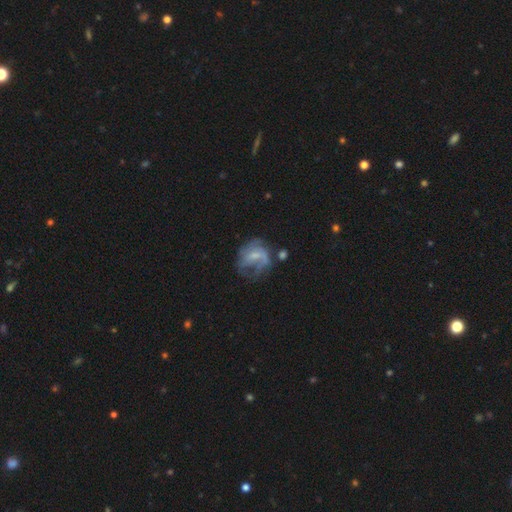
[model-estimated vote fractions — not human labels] smooth-or-featured: featured or disk: 63% | smooth: 29% | star or artifact: 8%
  disk-edge-on: no: 97% | yes: 3%
    bar: weak: 47% | no: 40% | strong: 13%
    has-spiral-arms: yes: 68% | no: 32%
    bulge-size: small: 44% | moderate: 28% | none: 23% | large: 3% | dominant: 1%
  merging: none: 36% | major disturbance: 34% | minor disturbance: 23% | merger: 6%